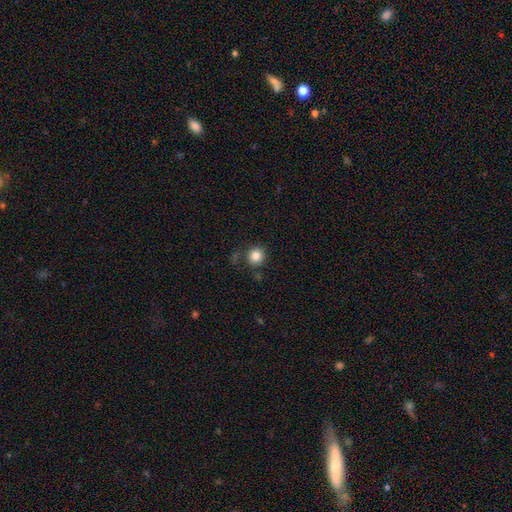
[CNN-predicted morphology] A smooth galaxy with no disk features (84%) that is round (92%). Merging: none (82%).